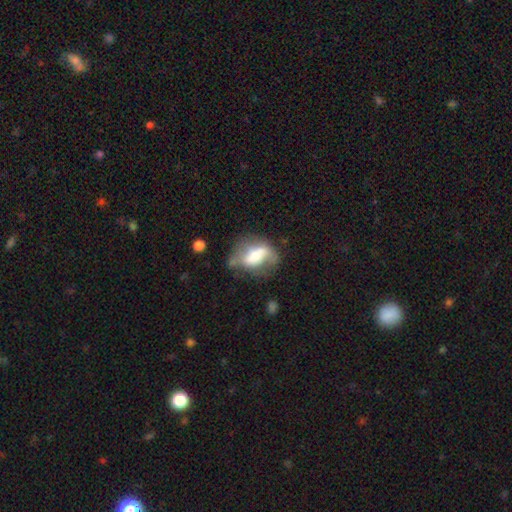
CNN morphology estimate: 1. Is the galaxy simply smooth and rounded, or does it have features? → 54% featured or disk, 38% smooth, 8% star or artifact.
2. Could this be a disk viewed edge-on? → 90% no, 10% yes.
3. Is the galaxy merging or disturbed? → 41% none, 29% minor disturbance, 23% major disturbance, 8% merger.